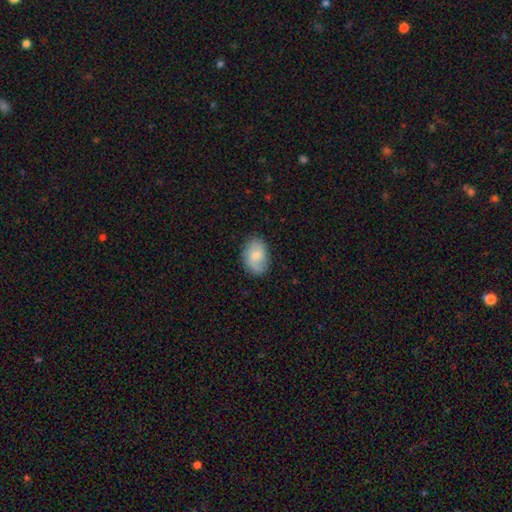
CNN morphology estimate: smooth_or_featured: smooth (p=0.61) [alt: featured or disk p=0.32]
how_rounded: in between (p=0.81) [alt: round p=0.18]
merging: none (p=0.77) [alt: minor disturbance p=0.17]